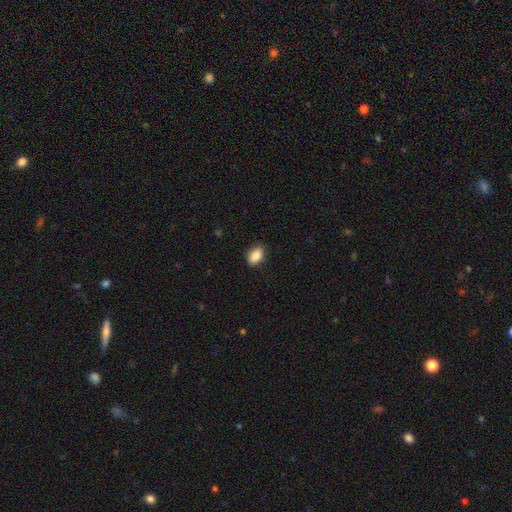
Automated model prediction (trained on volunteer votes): This appears to be a smooth galaxy with no disk features (89%) that is in between round and cigar-shaped (87%). Merging: none (83%).